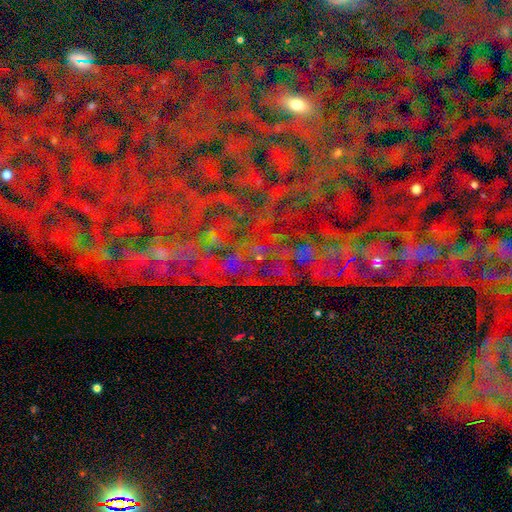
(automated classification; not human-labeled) smooth-or-featured: star or artifact: 79% | featured or disk: 11% | smooth: 10%